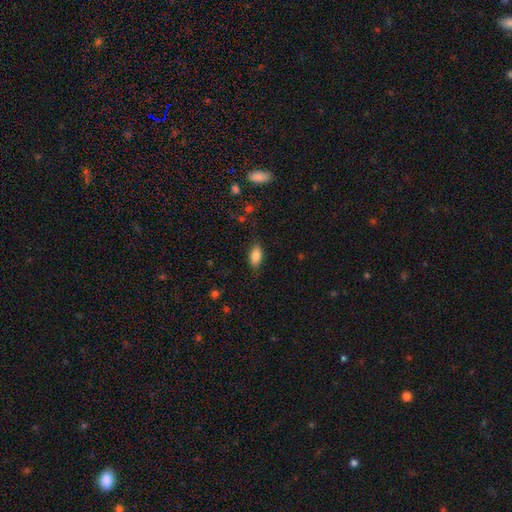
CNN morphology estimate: The model was most divided on "merging": none: 83%, minor disturbance: 13%, major disturbance: 3%, merger: 1%. More confident: how rounded — in between (89%); smooth or featured — smooth (84%).